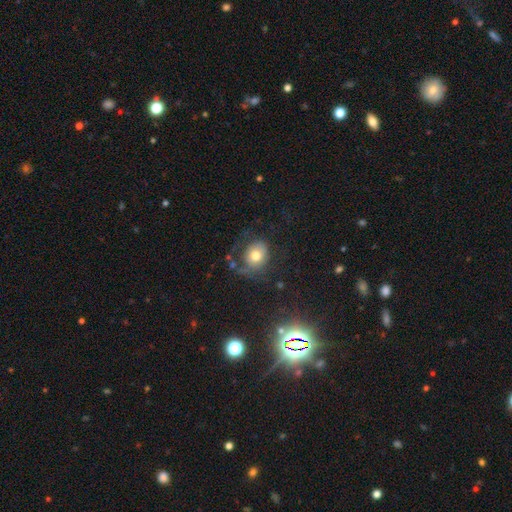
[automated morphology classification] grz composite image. It shows a smooth galaxy with no disk features (69%) that is round (63%). Merging: none (53%).